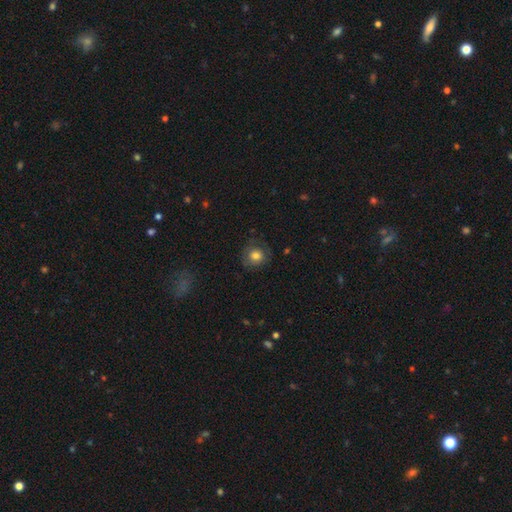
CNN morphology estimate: smooth_or_featured: smooth (p=0.71) [alt: featured or disk p=0.20]
how_rounded: round (p=0.87) [alt: in between p=0.12]
merging: none (p=0.73) [alt: minor disturbance p=0.17]